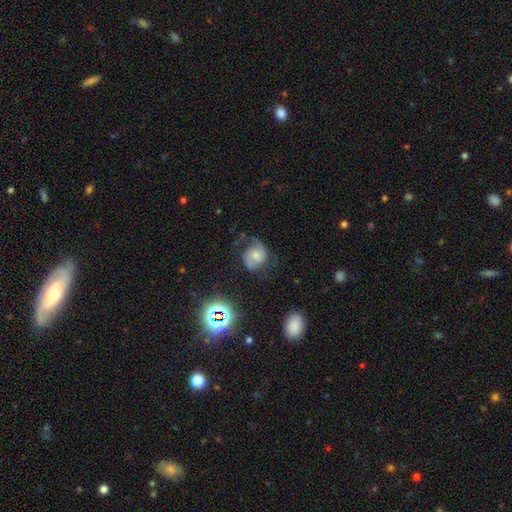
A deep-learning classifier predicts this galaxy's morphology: This appears to be a featured or disk galaxy (54%) with no bar (66%), spiral arms (85%) and a moderate central bulge (53%). Merging: none (55%).